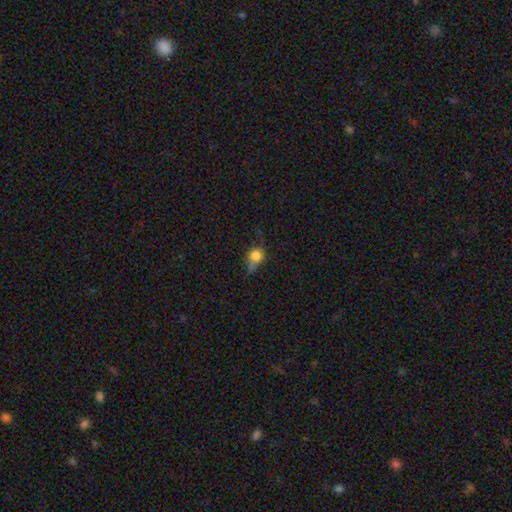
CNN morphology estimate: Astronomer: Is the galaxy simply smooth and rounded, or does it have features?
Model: smooth — 72%.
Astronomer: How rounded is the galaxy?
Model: round — 69%.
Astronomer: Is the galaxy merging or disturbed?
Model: none — 38% (runner-up: minor disturbance, 34%).